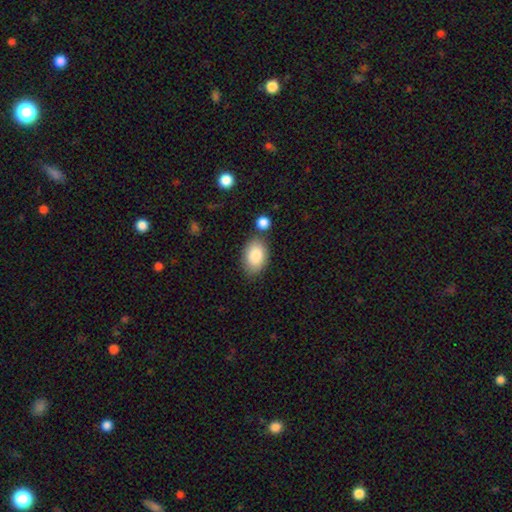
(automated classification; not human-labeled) Smooth or featured?
  - smooth: 84% *
  - featured or disk: 9%
  - star or artifact: 7%
How rounded?
  - in between: 86% *
  - round: 13%
  - cigar-shaped: 1%
Merging?
  - none: 76% *
  - minor disturbance: 13%
  - merger: 8%
  - major disturbance: 3%